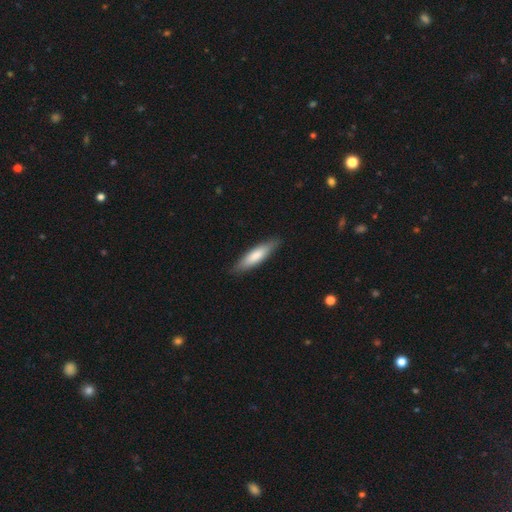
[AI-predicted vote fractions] This is likely a smooth galaxy (77%). How rounded: likely cigar-shaped (68%). Merging: clearly none (86%).